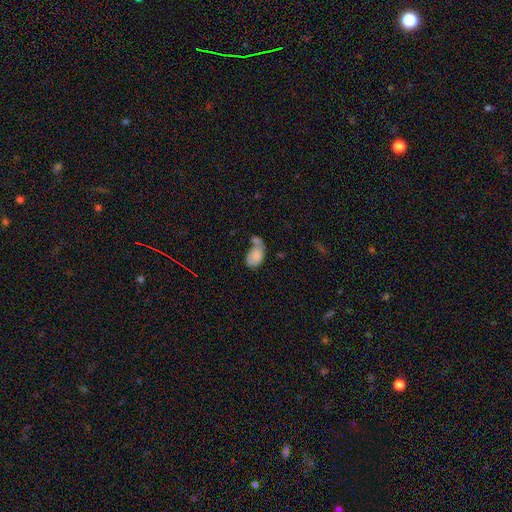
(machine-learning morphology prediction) Smooth or featured: smooth — 77% (featured or disk — 16%)
How rounded: in between — 88% (round — 10%)
Merging: merger — 46% (none — 24%)